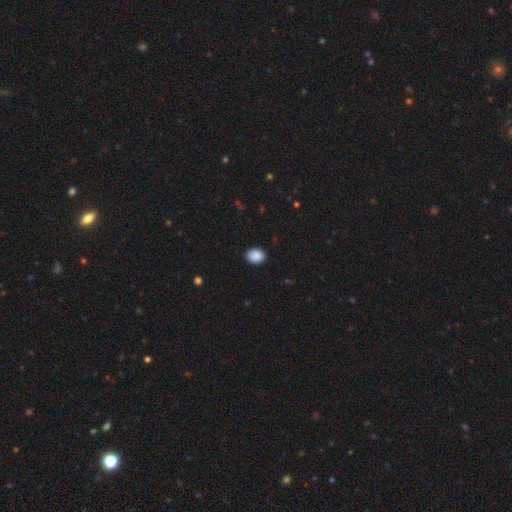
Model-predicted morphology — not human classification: A smooth galaxy with no disk features (89%) that is in between round and cigar-shaped (65%).

Vote fractions:
- Smooth or featured? smooth: 89% / star or artifact: 8% / featured or disk: 3%
- How rounded? in between: 65% / round: 34% / cigar-shaped: 1%
- Merging? none: 88% / minor disturbance: 9% / major disturbance: 2% / merger: 1%